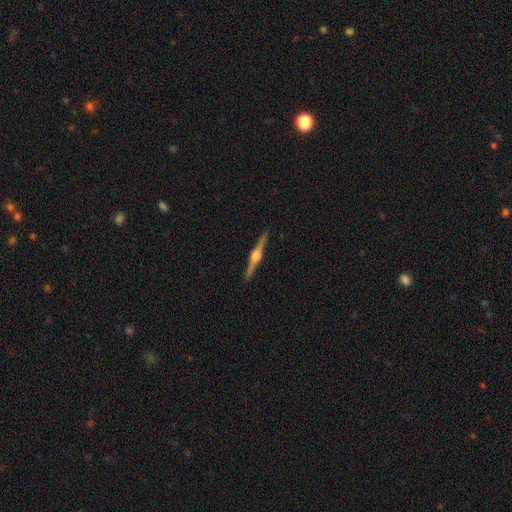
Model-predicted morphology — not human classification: The model was most divided on "smooth or featured": featured or disk: 86%, smooth: 10%, star or artifact: 5%. More confident: edge-on disk — yes (99%); merging — none (93%); edge-on bulge — rounded (92%).